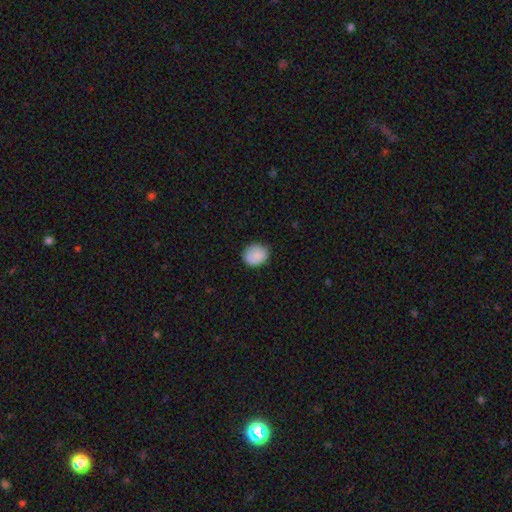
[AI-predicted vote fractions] A smooth galaxy with no disk features (88%) that is round (74%). Merging: none (84%).